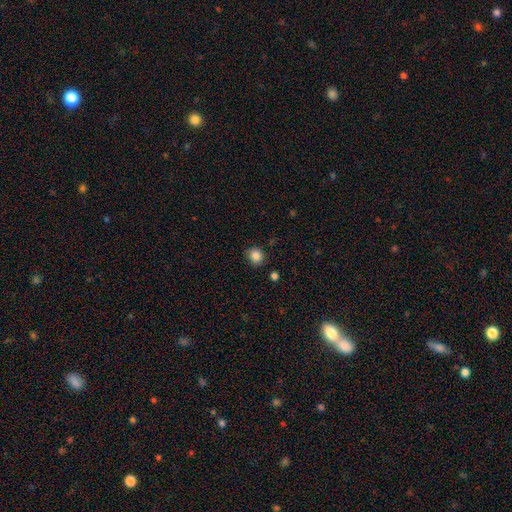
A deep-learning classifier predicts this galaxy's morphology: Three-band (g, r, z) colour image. It shows a smooth galaxy with no disk features (85%) that is round (81%). Merging: none (84%).